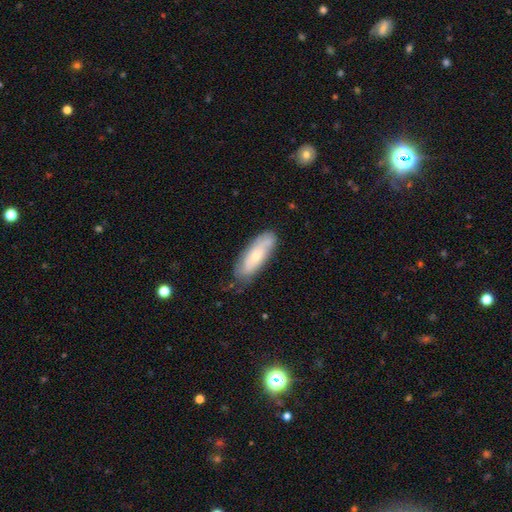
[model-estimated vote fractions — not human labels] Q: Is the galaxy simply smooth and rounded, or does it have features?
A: featured or disk — 49%.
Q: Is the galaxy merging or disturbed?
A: none — 71%.